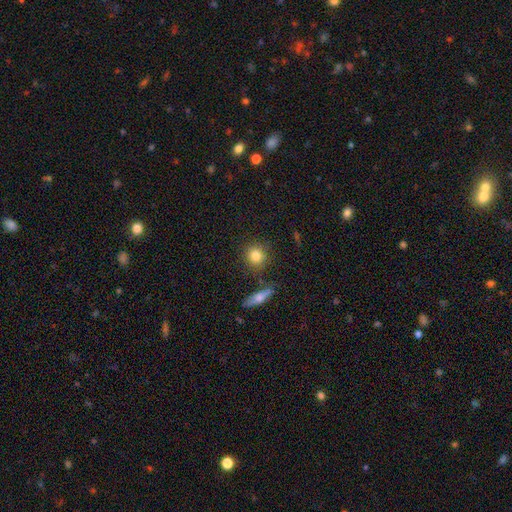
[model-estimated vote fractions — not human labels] The model was most divided on "merging": none: 83%, minor disturbance: 9%, merger: 5%, major disturbance: 3%. More confident: how rounded — round (87%); smooth or featured — smooth (83%).